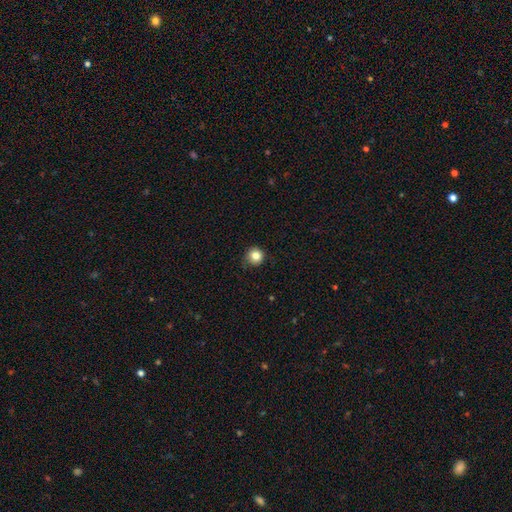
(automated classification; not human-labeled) smooth 82%, star or artifact 11%, featured or disk 7%. Down the decision tree: how rounded — round (93%); merging — none (80%).